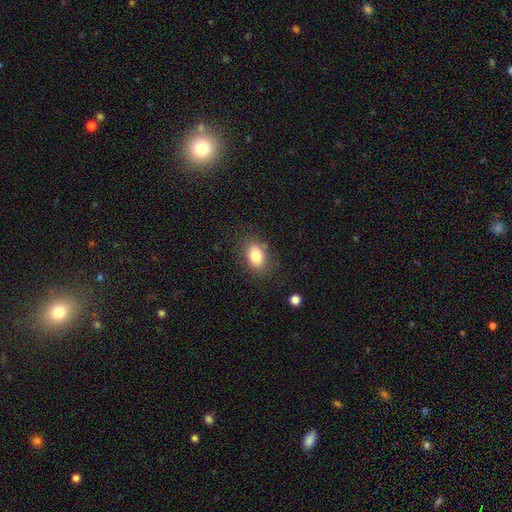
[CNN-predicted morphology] A smooth galaxy with no disk features (82%) that is in between round and cigar-shaped (80%). Merging: none (80%).